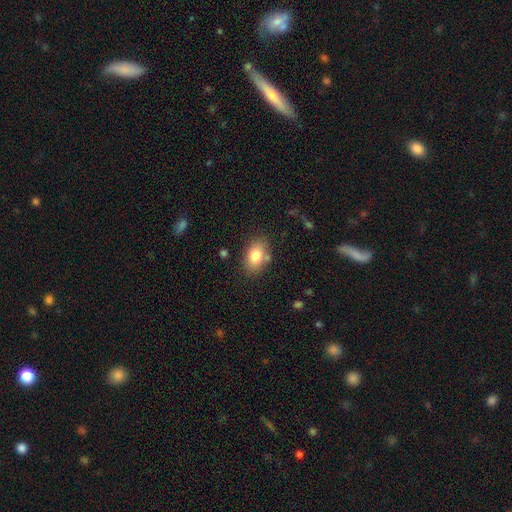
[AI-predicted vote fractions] Smooth or featured: smooth — 81% (featured or disk — 11%)
How rounded: in between — 84% (round — 14%)
Merging: none — 75% (minor disturbance — 15%)